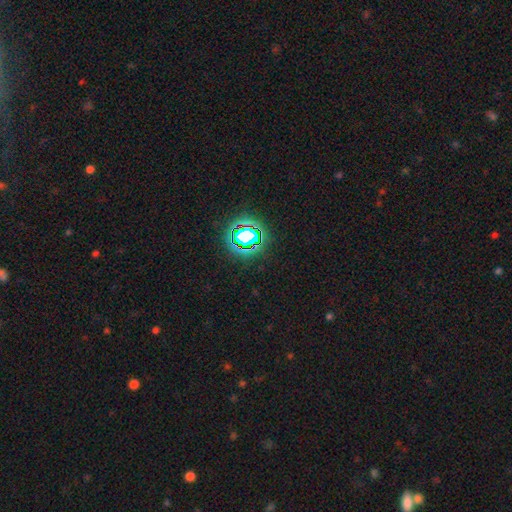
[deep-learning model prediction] This is likely a star or artifact rather than a galaxy (74%).